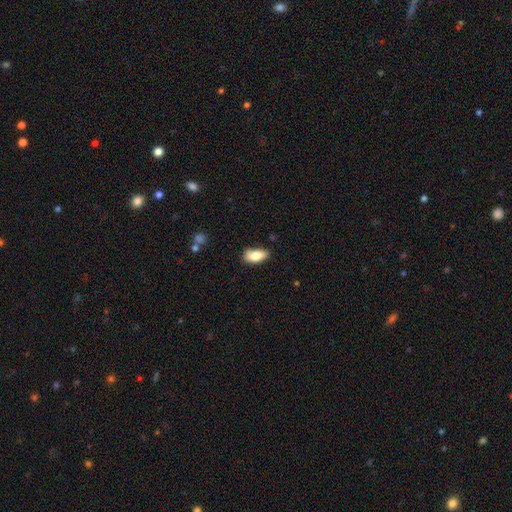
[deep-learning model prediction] Smooth or featured: smooth — 80% (featured or disk — 13%)
How rounded: in between — 89% (cigar-shaped — 7%)
Merging: none — 71% (minor disturbance — 23%)